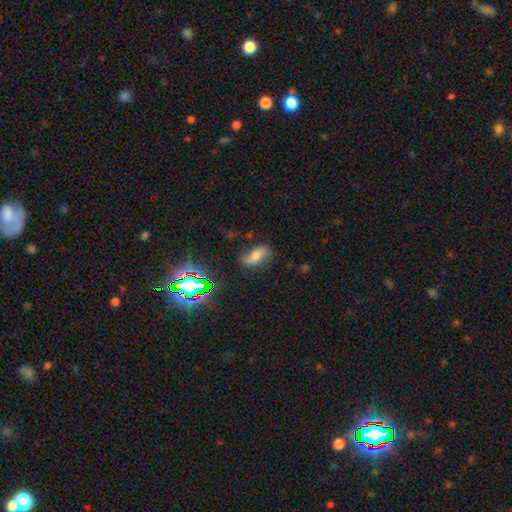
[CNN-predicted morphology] Smooth or featured?
  - smooth: 47% *
  - featured or disk: 34%
  - star or artifact: 19%
Merging?
  - none: 65% *
  - minor disturbance: 23%
  - major disturbance: 9%
  - merger: 3%